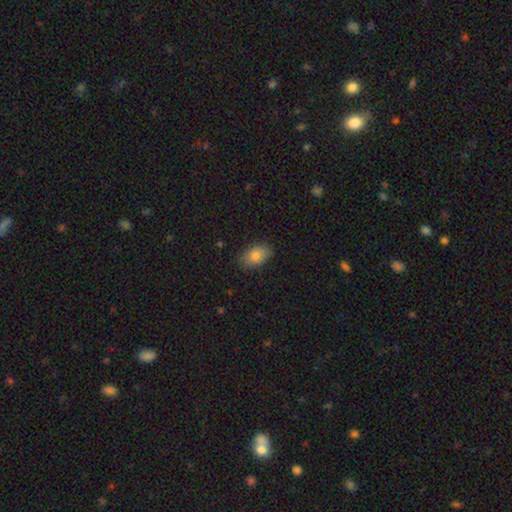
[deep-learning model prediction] Smooth or featured? Predicted: smooth (p=0.82). How rounded? Predicted: in between (p=0.88). Merging? Predicted: none (p=0.85).